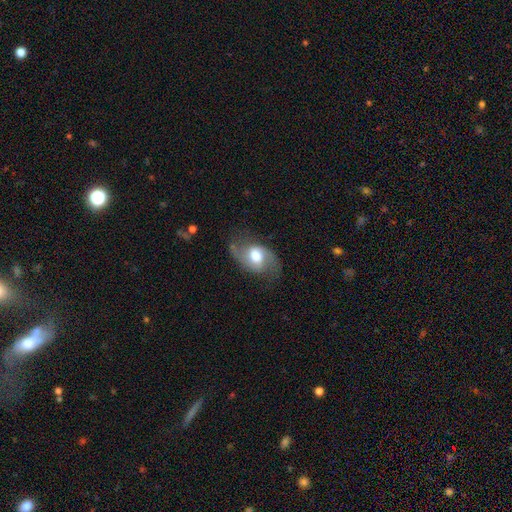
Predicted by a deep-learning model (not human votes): Overall: featured or disk (73%). Edge-on disk: no (96%). Bar: no (47%; weak 42%). Spiral arms: yes (89%). Spiral arm count: 2 (91%). Spiral winding: loose (55%; medium 37%). Bulge size: moderate (53%; large 37%). Merging: none (67%).